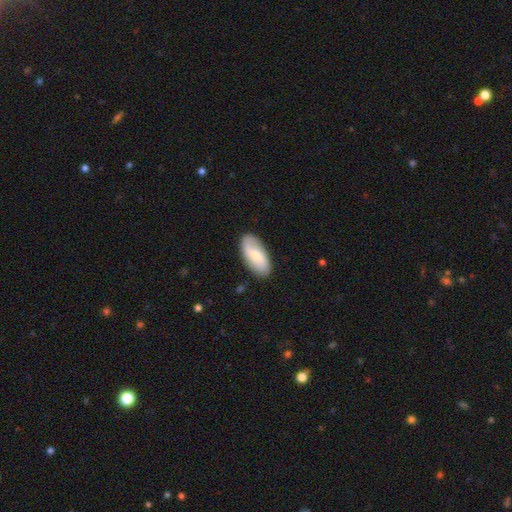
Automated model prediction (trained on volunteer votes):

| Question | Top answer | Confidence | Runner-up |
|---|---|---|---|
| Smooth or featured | smooth | 60% | featured or disk (34%) |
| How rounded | in between | 92% | cigar-shaped (6%) |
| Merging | none | 85% | minor disturbance (11%) |